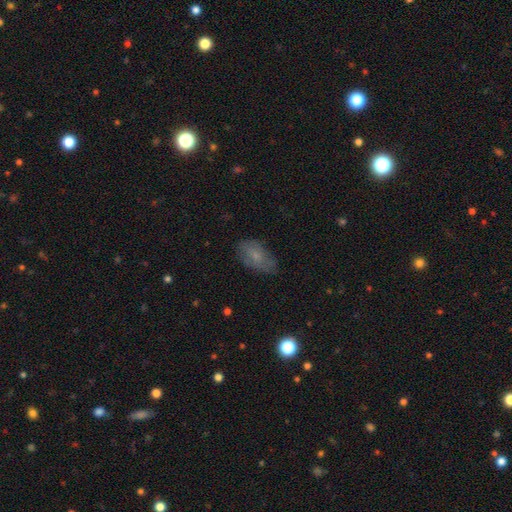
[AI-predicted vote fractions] This appears to be a smooth galaxy with no disk features (68%) that is in between round and cigar-shaped (90%). Merging: none (66%).